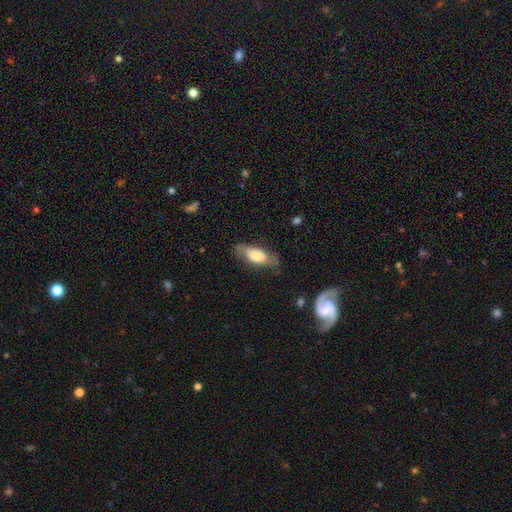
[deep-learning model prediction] This is possibly a smooth galaxy (59%). How rounded: likely in between (77%). Merging: likely none (72%).